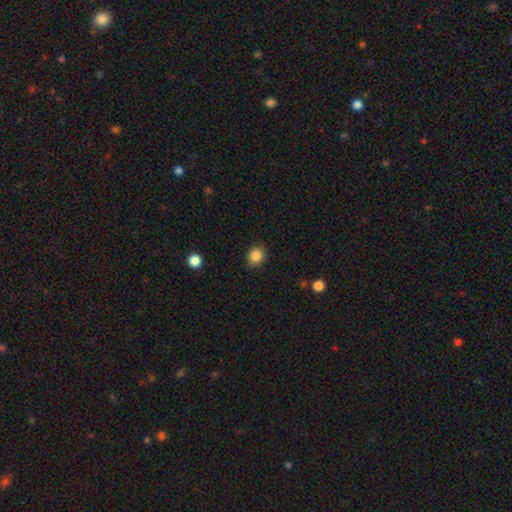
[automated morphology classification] smooth-or-featured: smooth: 87% | star or artifact: 10% | featured or disk: 4%
  how-rounded: round: 65% | in between: 34% | cigar-shaped: 1%
  merging: none: 88% | minor disturbance: 8% | major disturbance: 2% | merger: 1%